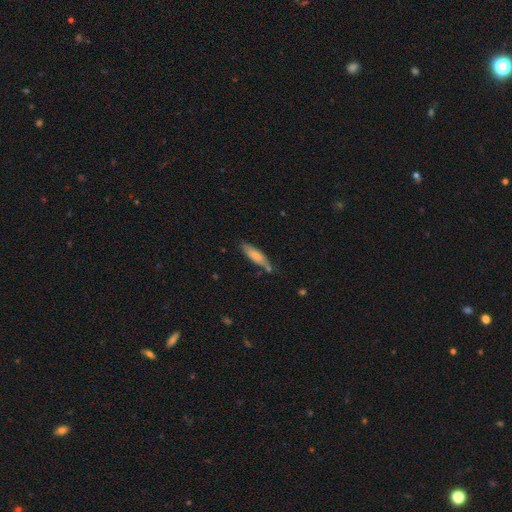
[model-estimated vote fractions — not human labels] Smooth or featured?
  - smooth: 75% *
  - featured or disk: 19%
  - star or artifact: 6%
How rounded?
  - cigar-shaped: 66% *
  - in between: 32%
  - round: 2%
Merging?
  - none: 66% *
  - minor disturbance: 23%
  - merger: 7%
  - major disturbance: 4%